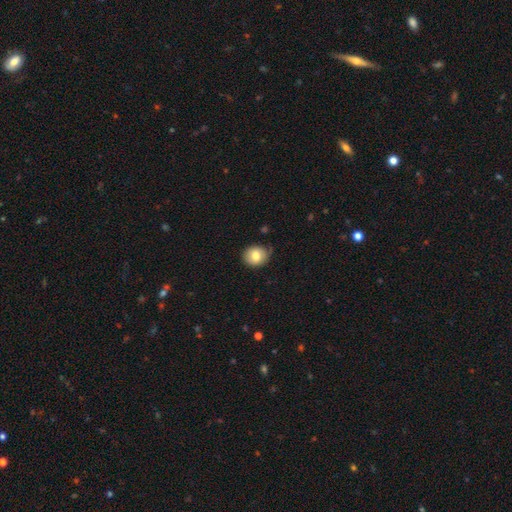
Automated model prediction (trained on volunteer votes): Smooth or featured: smooth — 78% (featured or disk — 13%)
How rounded: round — 64% (in between — 35%)
Merging: none — 76% (minor disturbance — 19%)